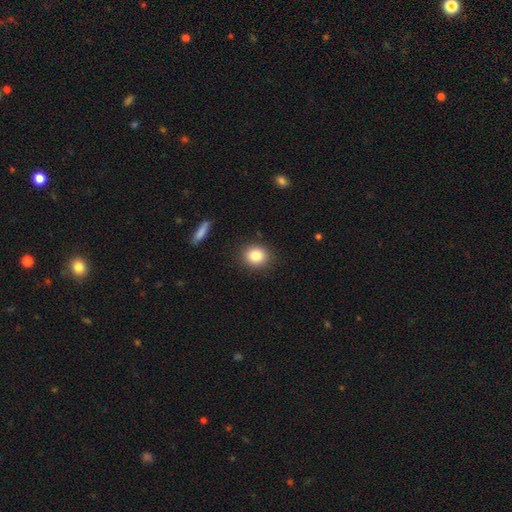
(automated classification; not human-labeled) Q: Smooth or featured?
A: smooth (83%); runner-up: star or artifact (10%)
Q: How rounded?
A: round (77%); runner-up: in between (22%)
Q: Merging?
A: none (89%); runner-up: minor disturbance (8%)